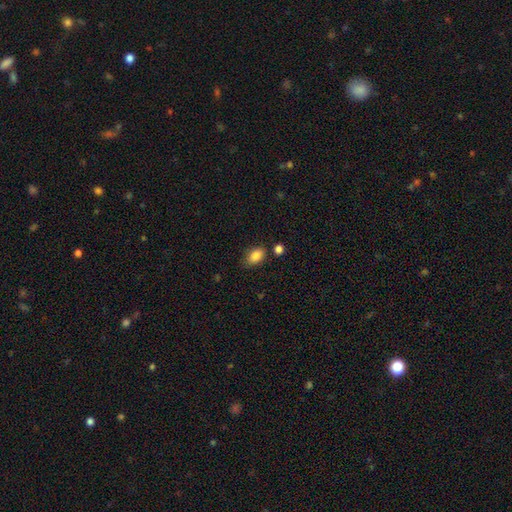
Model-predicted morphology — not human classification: Q: Smooth or featured?
A: smooth (87%); runner-up: star or artifact (8%)
Q: How rounded?
A: in between (87%); runner-up: round (11%)
Q: Merging?
A: none (75%); runner-up: minor disturbance (16%)